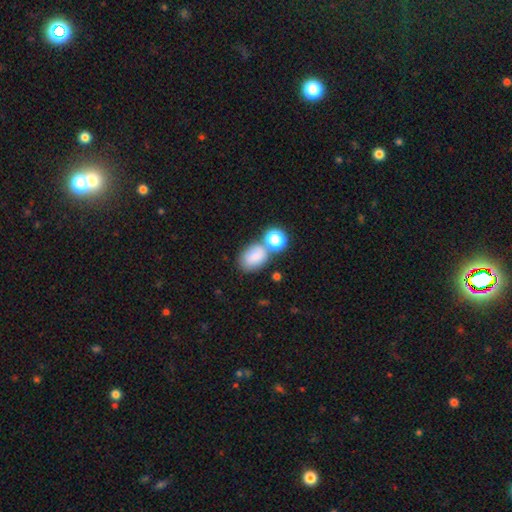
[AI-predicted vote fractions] Smooth or featured: smooth — 78% (star or artifact — 11%)
How rounded: in between — 77% (round — 22%)
Merging: none — 49% (merger — 29%)